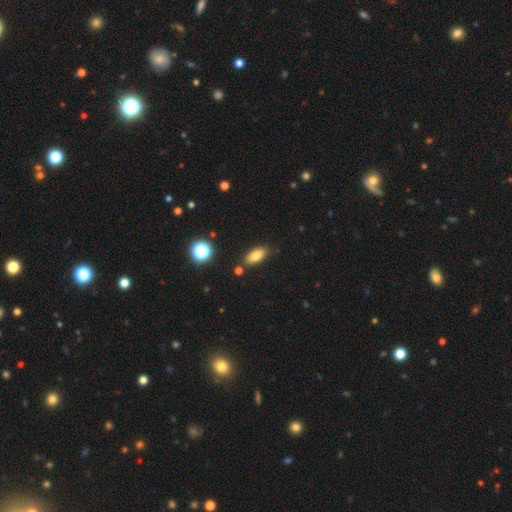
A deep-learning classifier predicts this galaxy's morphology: smooth 81%, star or artifact 10%, featured or disk 9%. Down the decision tree: how rounded — in between (83%); merging — none (79%).